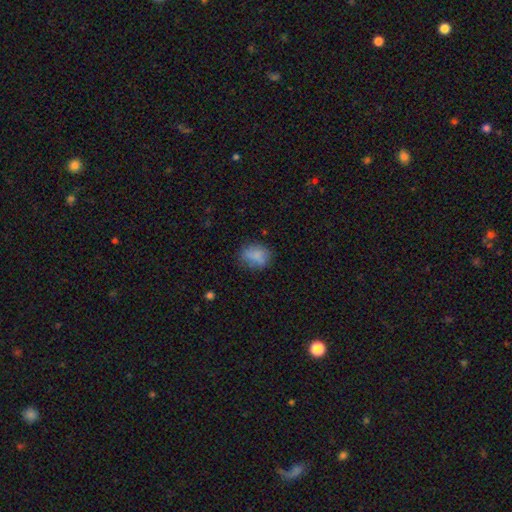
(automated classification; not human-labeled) This is likely a smooth galaxy (78%). How rounded: likely in between (64%). Merging: likely none (62%).